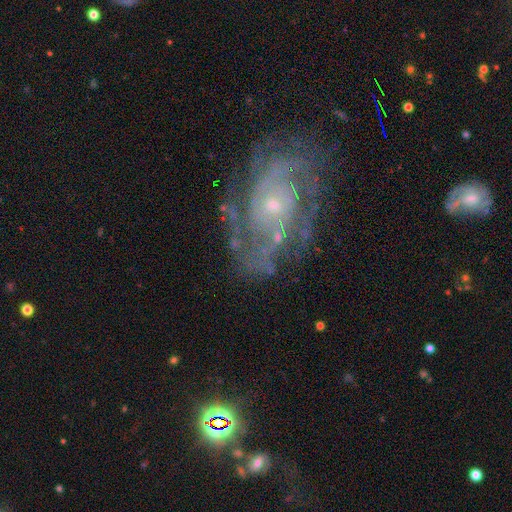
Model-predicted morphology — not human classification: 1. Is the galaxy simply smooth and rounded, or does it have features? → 85% featured or disk, 8% star or artifact, 7% smooth.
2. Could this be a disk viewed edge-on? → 96% no, 4% yes.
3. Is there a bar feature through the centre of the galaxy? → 75% no, 20% weak, 5% strong.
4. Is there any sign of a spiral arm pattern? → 93% yes, 7% no.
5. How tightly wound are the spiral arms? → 56% tight, 35% medium, 10% loose.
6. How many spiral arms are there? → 34% 2, 29% can't tell, 17% 3, 9% 4, 6% more than 4, 6% 1.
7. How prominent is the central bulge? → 68% small, 27% moderate, 2% none, 2% large, 1% dominant.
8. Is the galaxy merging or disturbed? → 69% none, 18% minor disturbance, 11% major disturbance, 2% merger.